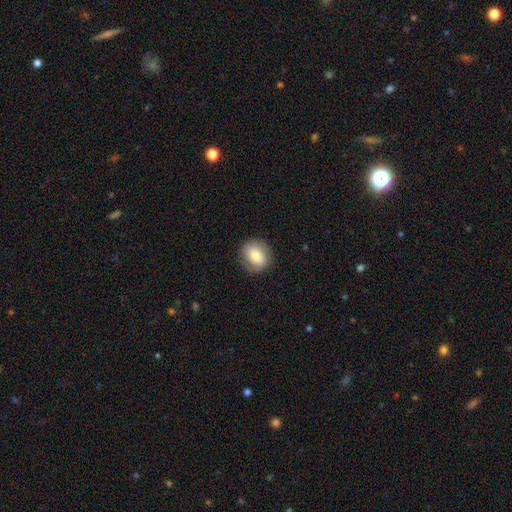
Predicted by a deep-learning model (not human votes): A smooth galaxy with no disk features (72%) that is round (70%). Merging: none (84%).